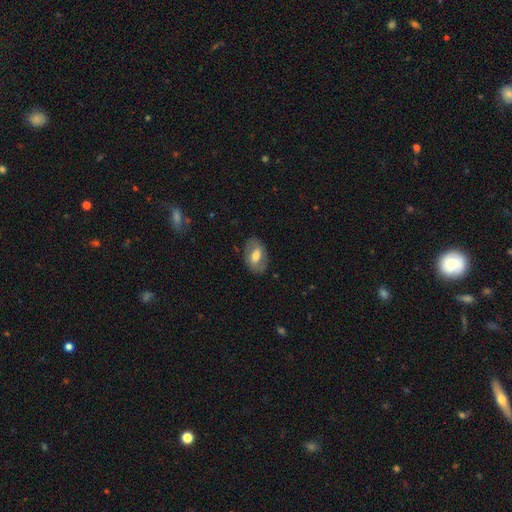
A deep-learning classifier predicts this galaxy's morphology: Smooth or featured? smooth (56%)
How rounded? in between (88%)
Merging? none (77%)